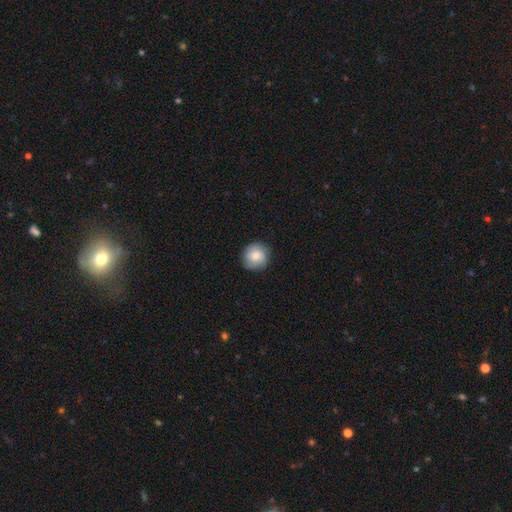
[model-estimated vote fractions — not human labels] smooth_or_featured: smooth (p=0.80) [alt: featured or disk p=0.13]
how_rounded: round (p=0.93) [alt: in between p=0.06]
merging: none (p=0.86) [alt: minor disturbance p=0.11]